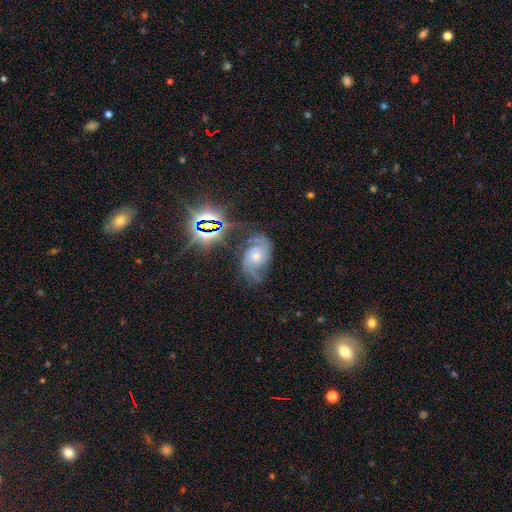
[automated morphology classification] smooth_or_featured: featured or disk (p=0.75) [alt: star or artifact p=0.16]
disk_edge_on: no (p=0.97) [alt: yes p=0.03]
bar: no (p=0.70) [alt: weak p=0.24]
has_spiral_arms: yes (p=0.95) [alt: no p=0.05]
spiral_winding: medium (p=0.50) [alt: tight p=0.30]
spiral_arm_count: 2 (p=0.72) [alt: 3 p=0.11]
bulge_size: moderate (p=0.54) [alt: small p=0.37]
merging: none (p=0.61) [alt: minor disturbance p=0.22]